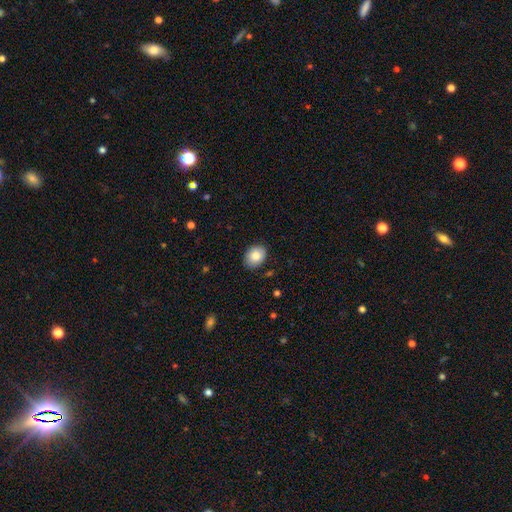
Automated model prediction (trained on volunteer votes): The model was most divided on "how rounded": in between: 61%, round: 38%, cigar-shaped: 1%. More confident: merging — none (86%); smooth or featured — smooth (83%).